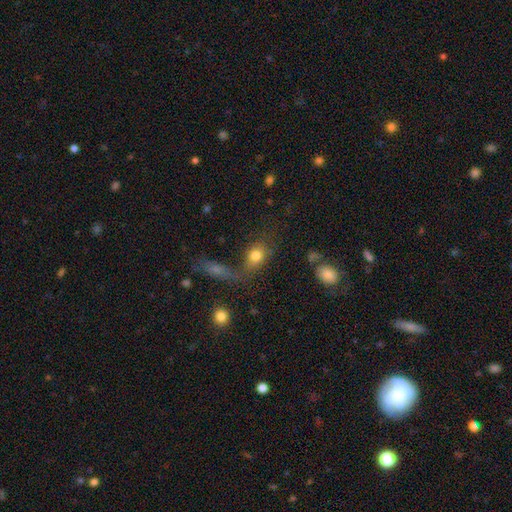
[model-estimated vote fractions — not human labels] This is likely a smooth galaxy (77%). How rounded: likely in between (61%). Merging: marginally none (44%).